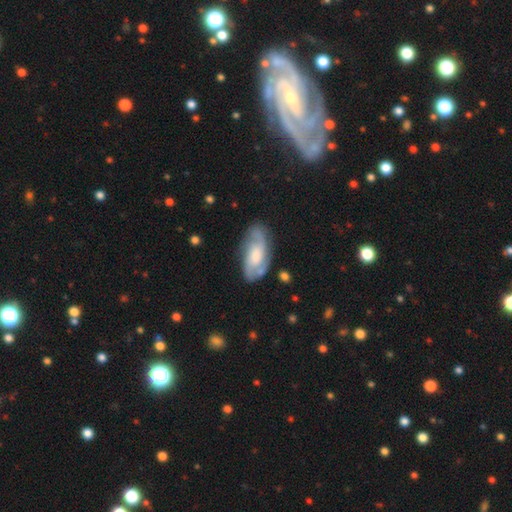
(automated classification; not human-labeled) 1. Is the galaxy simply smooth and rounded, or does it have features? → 71% featured or disk, 23% smooth, 6% star or artifact.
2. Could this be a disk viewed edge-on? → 94% no, 6% yes.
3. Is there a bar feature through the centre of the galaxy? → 57% no, 35% weak, 8% strong.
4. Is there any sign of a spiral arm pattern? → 91% yes, 9% no.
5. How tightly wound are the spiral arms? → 47% medium, 31% tight, 23% loose.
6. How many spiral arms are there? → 71% 2, 14% can't tell, 8% 3, 4% 1, 2% 4, 2% more than 4.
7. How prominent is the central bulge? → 34% moderate, 32% large, 16% small, 15% none, 3% dominant.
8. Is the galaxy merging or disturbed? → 72% none, 19% minor disturbance, 7% major disturbance, 3% merger.